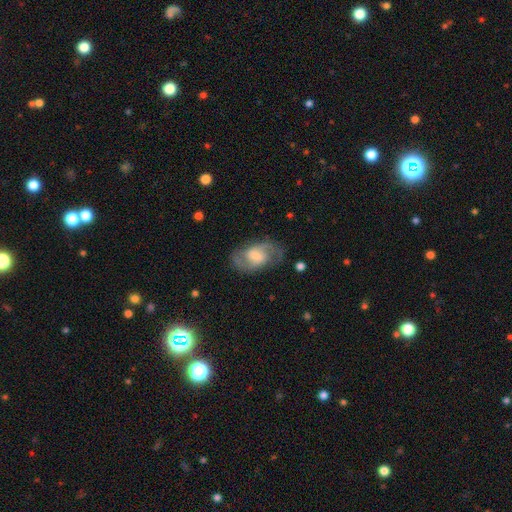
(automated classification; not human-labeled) This is likely a featured or disk galaxy (73%). It is clearly not viewed edge-on (96%). Bar: possibly weak (55%). Spiral arm pattern: clearly yes (91%). Spiral arm count: clearly 2 (87%). Spiral winding: possibly medium (54%). Central bulge: marginally moderate (39%). Merging: likely none (74%).